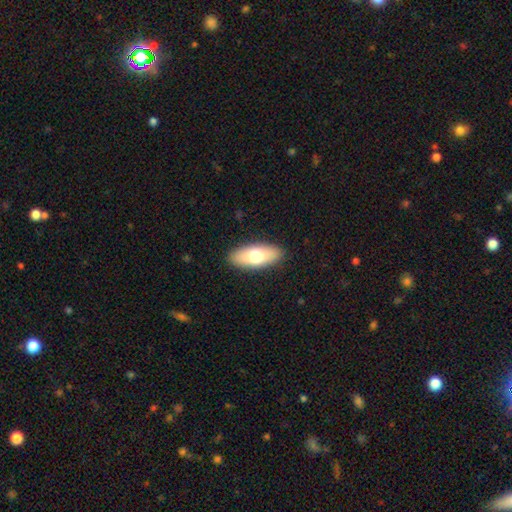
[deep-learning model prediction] The model was most divided on "smooth or featured": smooth: 71%, featured or disk: 23%, star or artifact: 6%. More confident: merging — none (89%); how rounded — in between (80%).